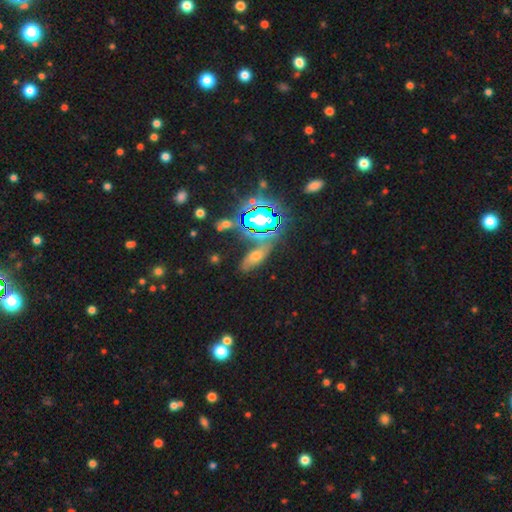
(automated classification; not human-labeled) This appears to be a smooth galaxy with no disk features (39%). Merging: none (61%).